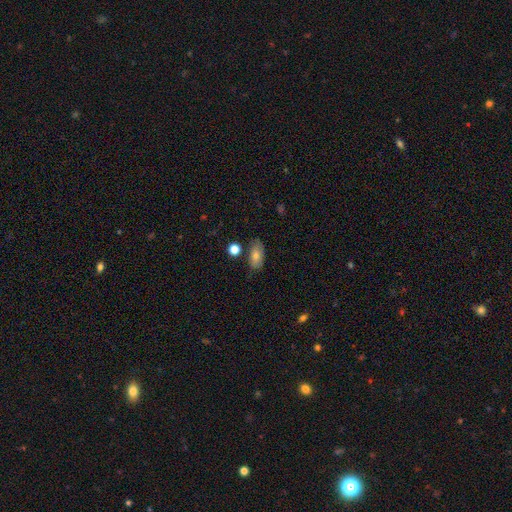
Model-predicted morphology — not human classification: type=smooth (67%); roundness=in between (88%); merging=none (75%).